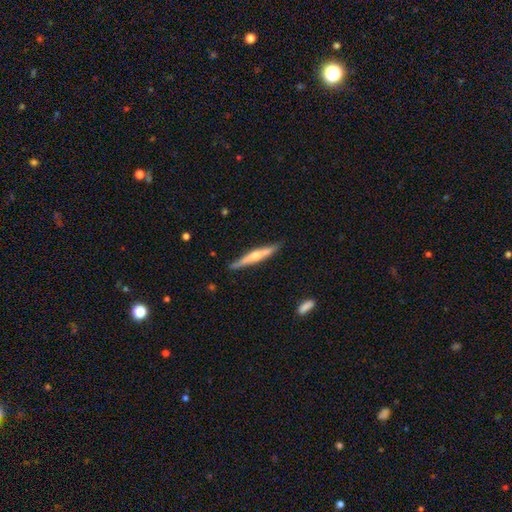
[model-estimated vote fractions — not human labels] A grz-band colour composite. It shows a featured or disk galaxy (60%) viewed edge-on (96%) with a rounded central bulge (83%). Merging: none (86%).